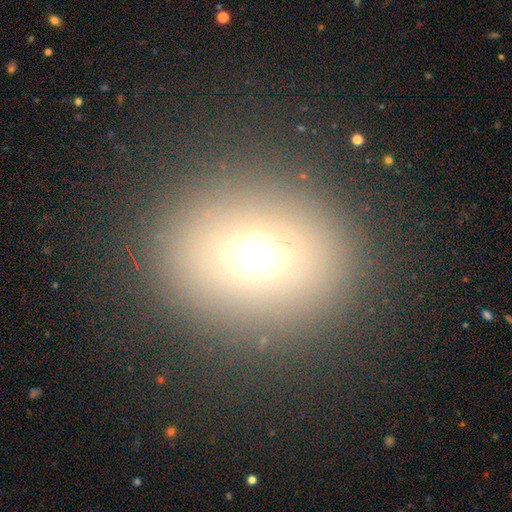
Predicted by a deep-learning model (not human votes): Smooth or featured?
  - smooth: 68% *
  - star or artifact: 18%
  - featured or disk: 14%
How rounded?
  - round: 64% *
  - in between: 35%
  - cigar-shaped: 1%
Merging?
  - none: 87% *
  - minor disturbance: 7%
  - major disturbance: 4%
  - merger: 1%